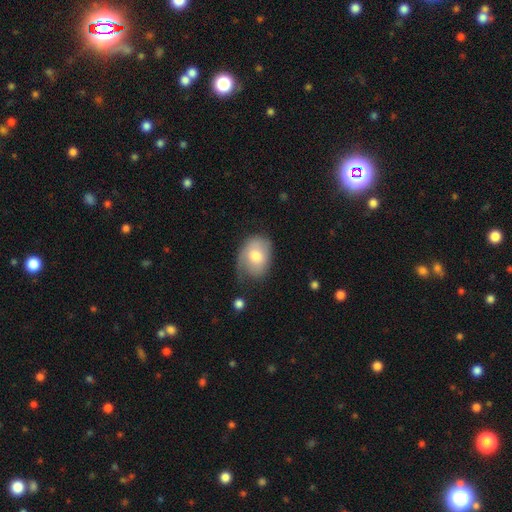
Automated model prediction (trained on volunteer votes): This is likely a smooth galaxy (67%). How rounded: likely in between (68%). Merging: possibly none (47%).